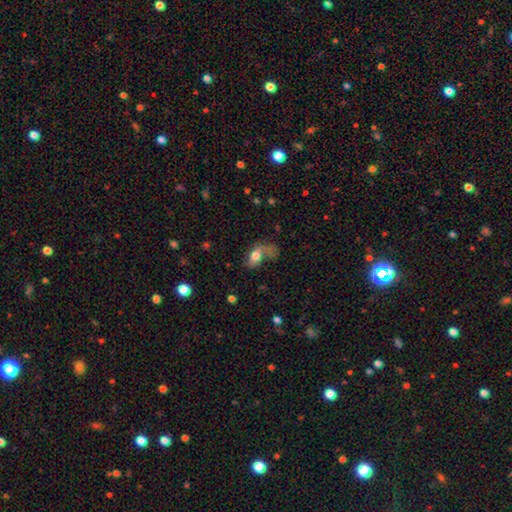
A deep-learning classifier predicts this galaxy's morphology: Smooth or featured? Predicted: smooth (p=0.59). How rounded? Predicted: in between (p=0.82). Merging? Predicted: major disturbance (p=0.41).